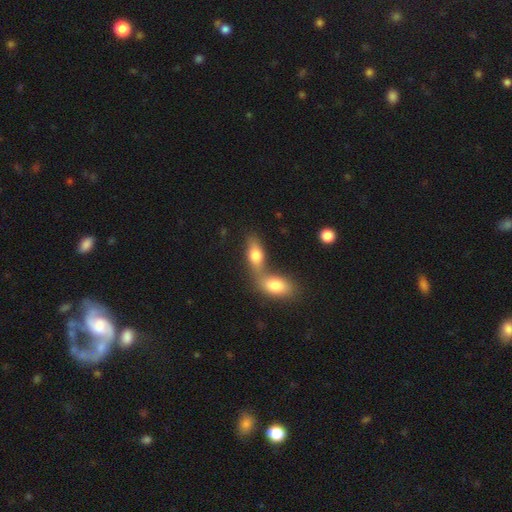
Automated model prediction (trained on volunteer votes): This appears to be a smooth galaxy with no disk features (73%) that is in between round and cigar-shaped (82%). Merging: merger (66%).